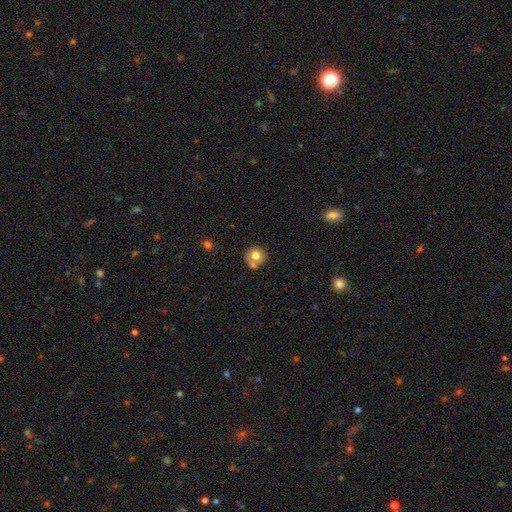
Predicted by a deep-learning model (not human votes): Smooth or featured? Predicted: smooth (p=0.73). How rounded? Predicted: round (p=0.86). Merging? Predicted: none (p=0.55).